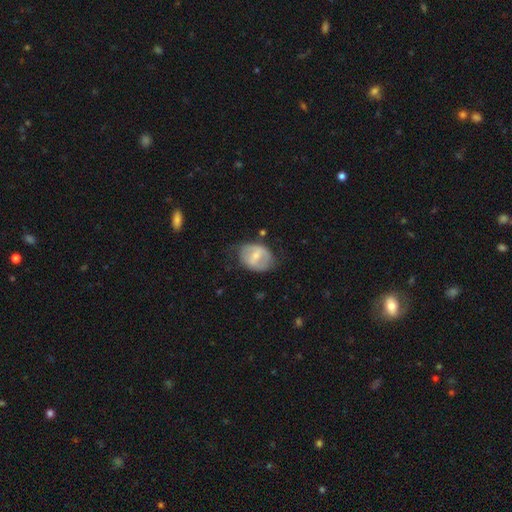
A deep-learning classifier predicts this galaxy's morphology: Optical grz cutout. It shows a featured or disk galaxy (49%). Merging: none (57%).